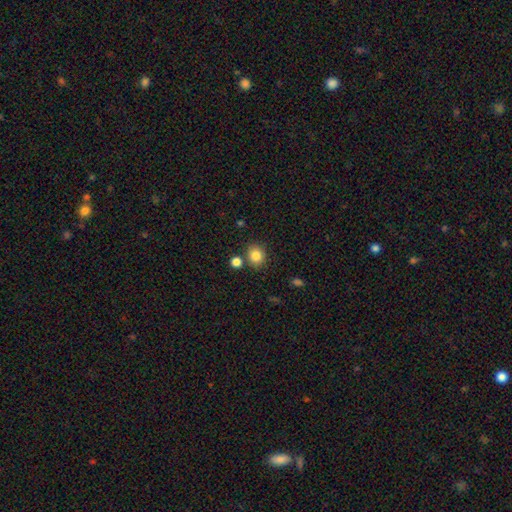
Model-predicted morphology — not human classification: Smooth or featured? smooth (85%)
How rounded? round (78%)
Merging? none (78%)